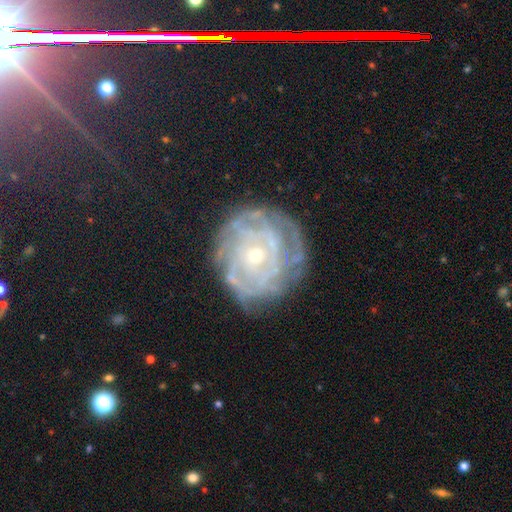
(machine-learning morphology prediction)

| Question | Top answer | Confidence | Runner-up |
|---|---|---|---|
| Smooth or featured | featured or disk | 81% | smooth (11%) |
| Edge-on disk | no | 97% | yes (3%) |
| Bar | no | 79% | weak (17%) |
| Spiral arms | yes | 84% | no (16%) |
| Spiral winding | tight | 75% | medium (19%) |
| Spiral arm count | can't tell | 53% | 2 (11%) |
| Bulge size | small | 65% | moderate (31%) |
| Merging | none | 72% | minor disturbance (18%) |